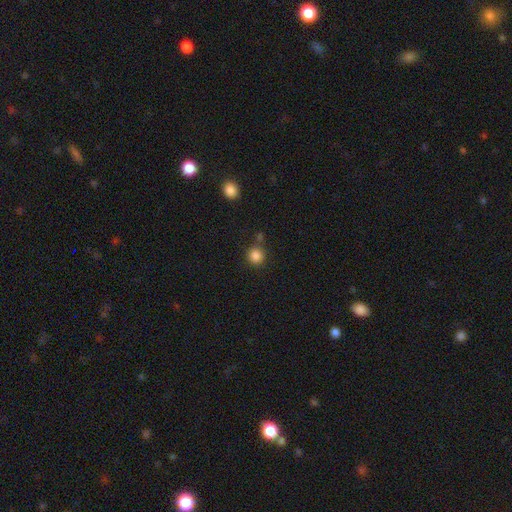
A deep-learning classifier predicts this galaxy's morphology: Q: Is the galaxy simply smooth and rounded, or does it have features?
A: smooth — 85%.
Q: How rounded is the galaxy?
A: round — 93%.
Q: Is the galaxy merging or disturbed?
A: none — 78%.